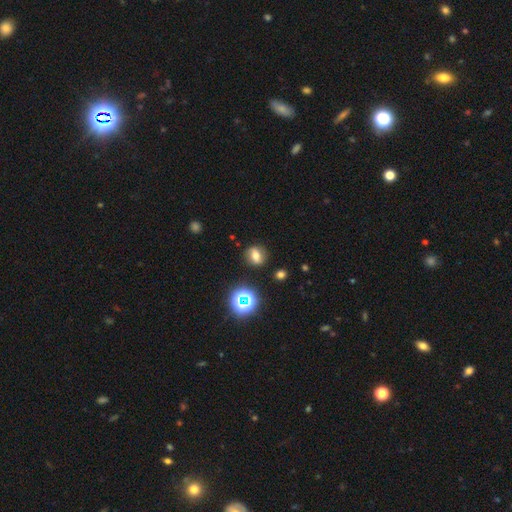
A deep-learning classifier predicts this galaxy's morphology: smooth 52%, featured or disk 28%, star or artifact 20%. Down the decision tree: how rounded — round (58%); merging — none (82%).